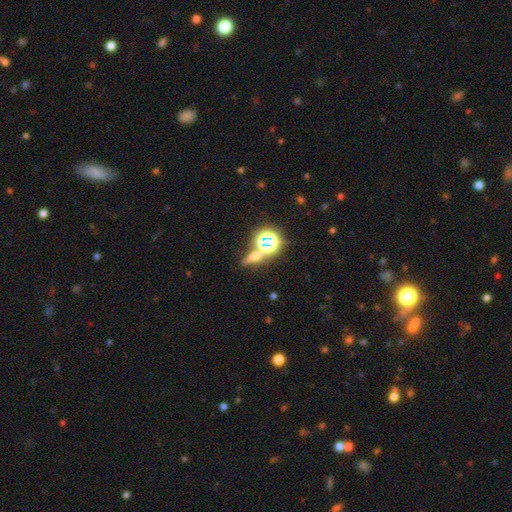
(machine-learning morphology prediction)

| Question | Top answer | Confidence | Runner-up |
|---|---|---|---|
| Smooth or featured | star or artifact | 41% | smooth (36%) |